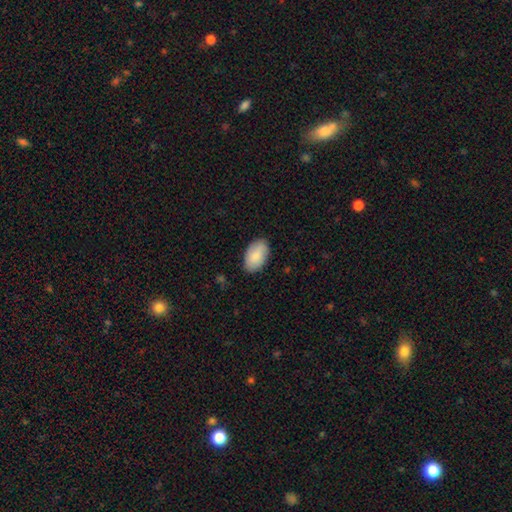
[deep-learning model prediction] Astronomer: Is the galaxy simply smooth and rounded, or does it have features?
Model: smooth — 83%.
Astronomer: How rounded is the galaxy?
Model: in between — 94%.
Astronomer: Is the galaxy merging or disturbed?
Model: none — 84%.